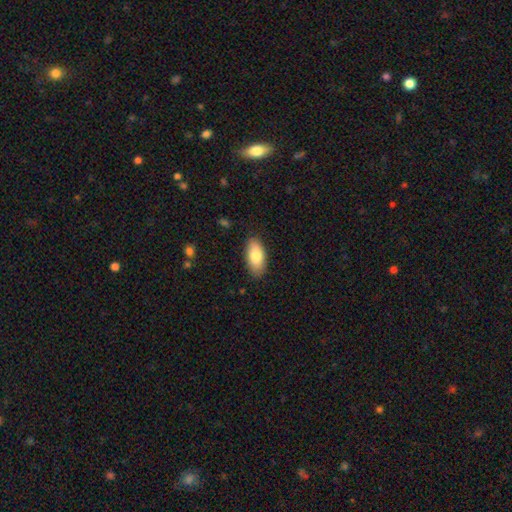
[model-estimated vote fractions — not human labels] A smooth galaxy with no disk features (82%) that is in between round and cigar-shaped (90%).

Vote fractions:
- Smooth or featured? smooth: 82% / featured or disk: 11% / star or artifact: 6%
- How rounded? in between: 90% / cigar-shaped: 8% / round: 3%
- Merging? none: 85% / minor disturbance: 11% / major disturbance: 2% / merger: 1%